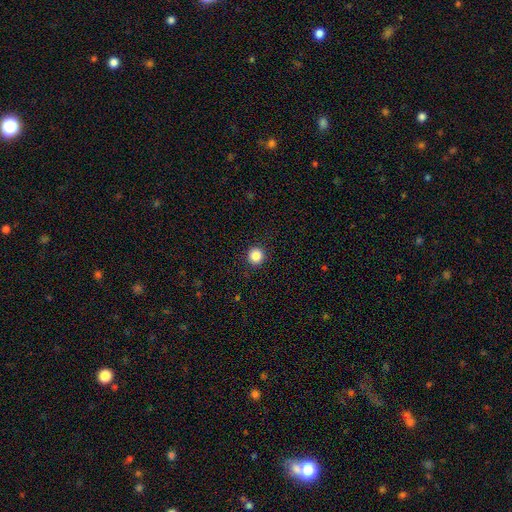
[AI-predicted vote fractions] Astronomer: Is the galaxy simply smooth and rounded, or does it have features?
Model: smooth — 86%.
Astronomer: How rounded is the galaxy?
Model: round — 95%.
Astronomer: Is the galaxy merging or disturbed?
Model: none — 93%.